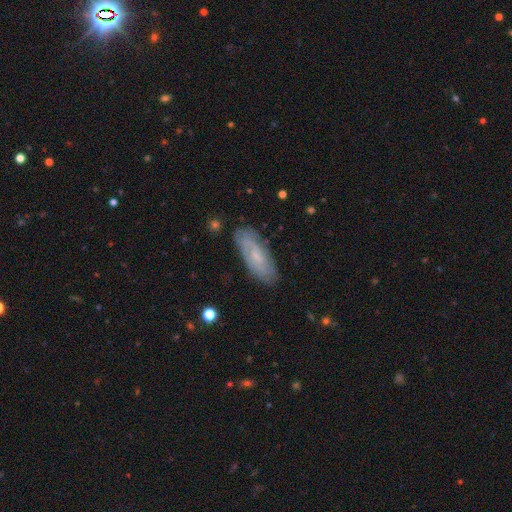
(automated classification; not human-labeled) smooth-or-featured: featured or disk: 55% | smooth: 37% | star or artifact: 8%
  disk-edge-on: no: 83% | yes: 17%
  merging: none: 80% | minor disturbance: 15% | major disturbance: 3% | merger: 2%